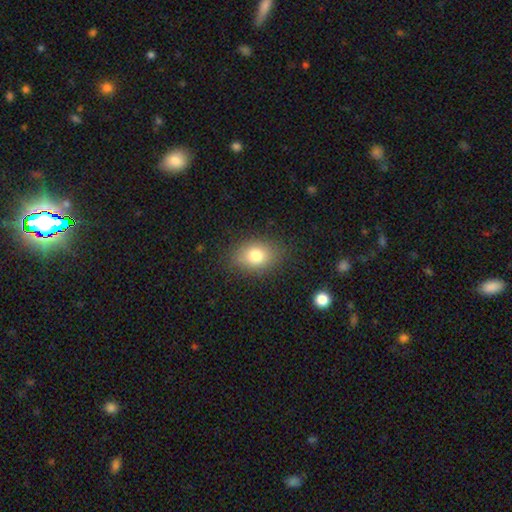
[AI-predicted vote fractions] smooth-or-featured: smooth: 78% | featured or disk: 11% | star or artifact: 11%
  how-rounded: in between: 70% | round: 29% | cigar-shaped: 1%
  merging: none: 82% | minor disturbance: 12% | major disturbance: 4% | merger: 1%